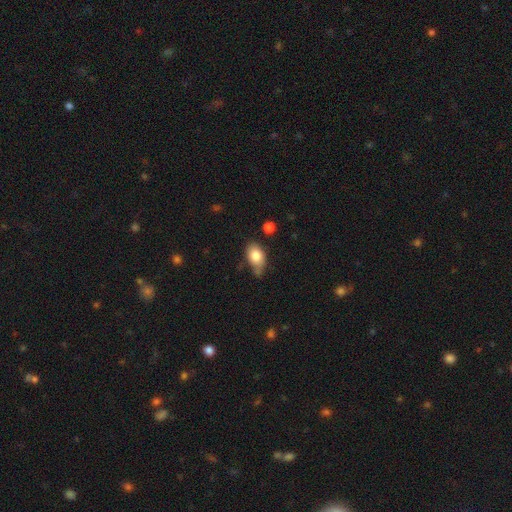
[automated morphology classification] smooth_or_featured: smooth (p=0.82) [alt: featured or disk p=0.11]
how_rounded: in between (p=0.86) [alt: round p=0.12]
merging: none (p=0.55) [alt: minor disturbance p=0.30]